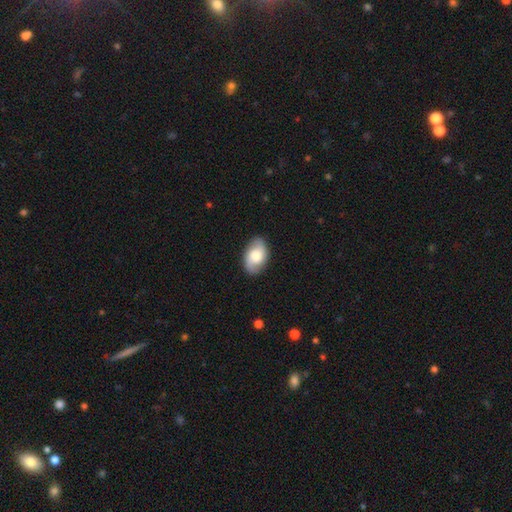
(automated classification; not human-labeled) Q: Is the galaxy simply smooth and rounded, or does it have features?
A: featured or disk — 50%.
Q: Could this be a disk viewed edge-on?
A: no — 95%.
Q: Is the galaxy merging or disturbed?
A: none — 85%.